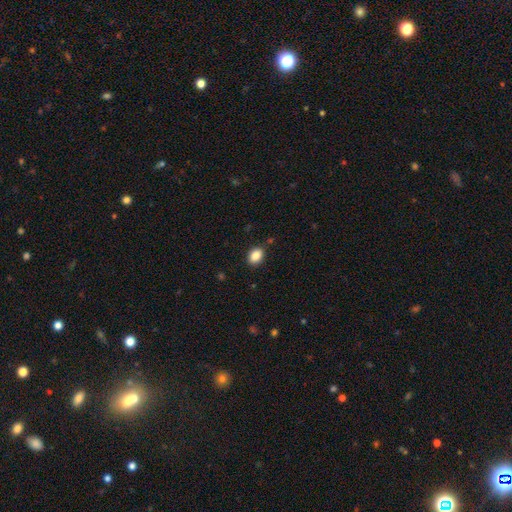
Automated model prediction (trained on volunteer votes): Smooth or featured?
  - smooth: 87% *
  - star or artifact: 9%
  - featured or disk: 4%
How rounded?
  - in between: 71% *
  - round: 28%
  - cigar-shaped: 1%
Merging?
  - none: 87% *
  - minor disturbance: 9%
  - major disturbance: 2%
  - merger: 2%